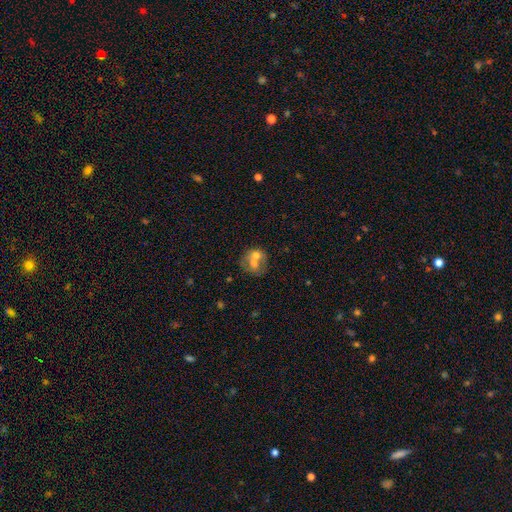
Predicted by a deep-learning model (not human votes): smooth 56%, featured or disk 35%, star or artifact 9%. Down the decision tree: how rounded — round (70%); merging — merger (62%).